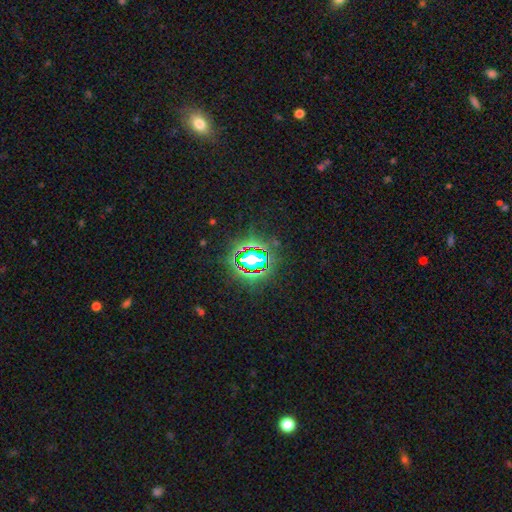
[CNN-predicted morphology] type=star or artifact (72%).